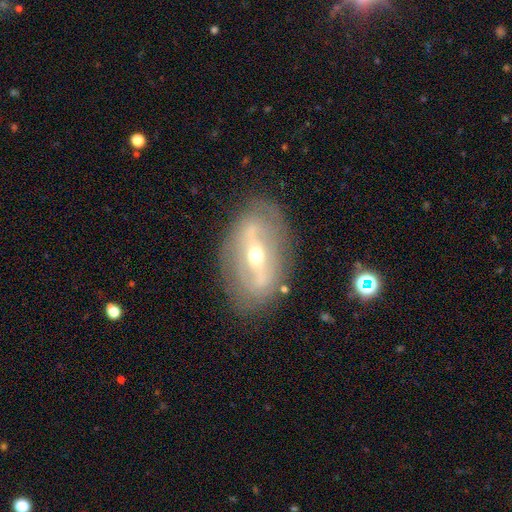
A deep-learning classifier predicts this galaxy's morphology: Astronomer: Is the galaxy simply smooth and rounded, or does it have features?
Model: featured or disk — 76%.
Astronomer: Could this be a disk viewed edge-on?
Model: no — 87%.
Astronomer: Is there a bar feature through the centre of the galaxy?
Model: strong — 59%.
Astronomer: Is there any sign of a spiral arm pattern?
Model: no — 53% (runner-up: yes, 47%).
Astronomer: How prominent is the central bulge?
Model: moderate — 57% (runner-up: small, 39%).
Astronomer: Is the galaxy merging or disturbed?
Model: none — 80%.